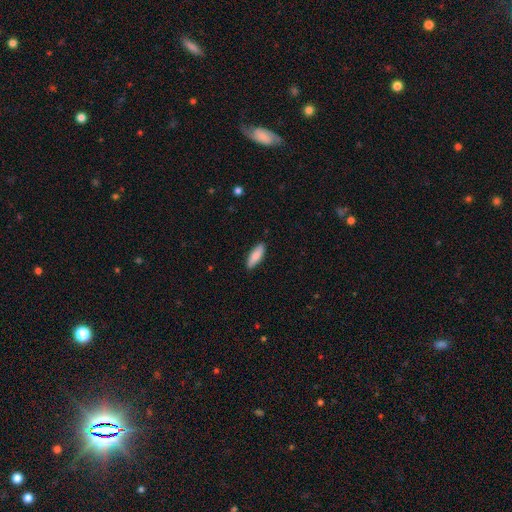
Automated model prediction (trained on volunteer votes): A smooth galaxy with no disk features (85%) that is in between round and cigar-shaped (58%).

Vote fractions:
- Smooth or featured? smooth: 85% / featured or disk: 9% / star or artifact: 5%
- How rounded? in between: 58% / cigar-shaped: 40% / round: 2%
- Merging? none: 87% / minor disturbance: 11% / major disturbance: 2% / merger: 1%